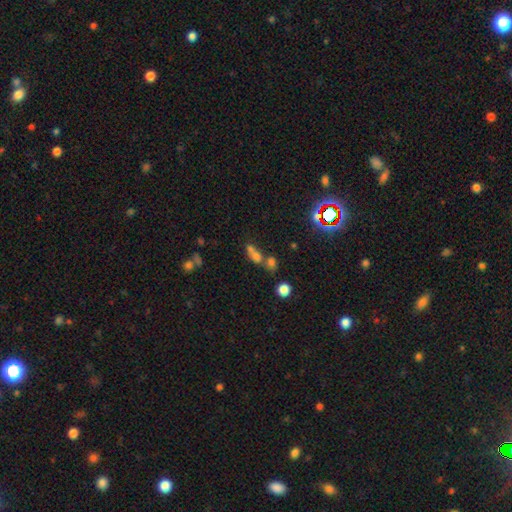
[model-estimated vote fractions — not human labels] Morphology: type=smooth (59%); roundness=in between (49%); merging=merger (57%).